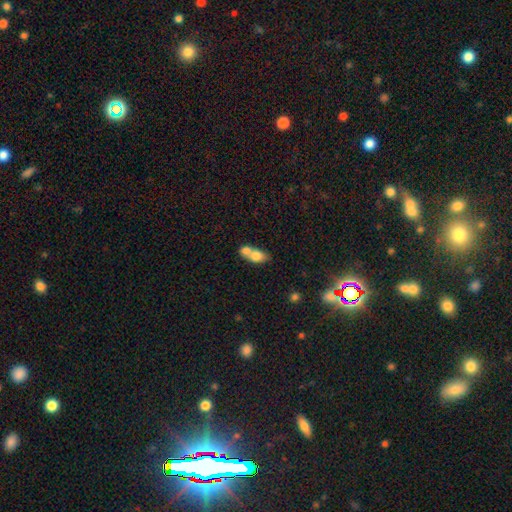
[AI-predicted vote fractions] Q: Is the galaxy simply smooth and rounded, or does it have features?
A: smooth — 73%.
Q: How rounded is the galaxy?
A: in between — 75%.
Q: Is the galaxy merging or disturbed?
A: merger — 68%.